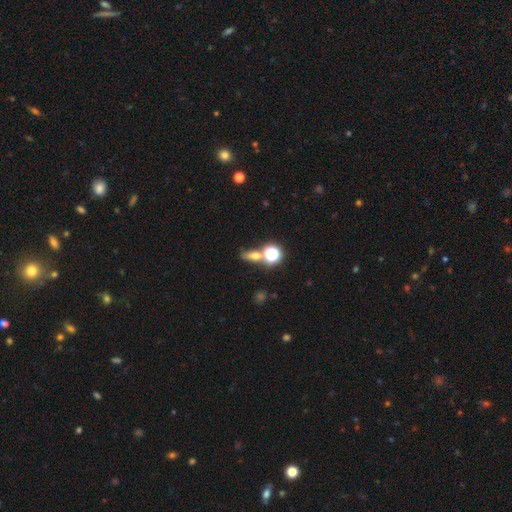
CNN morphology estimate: Overall: smooth (53%; star or artifact 30%). How rounded: in between (43%; round 38%). Merging: none (59%; merger 23%).